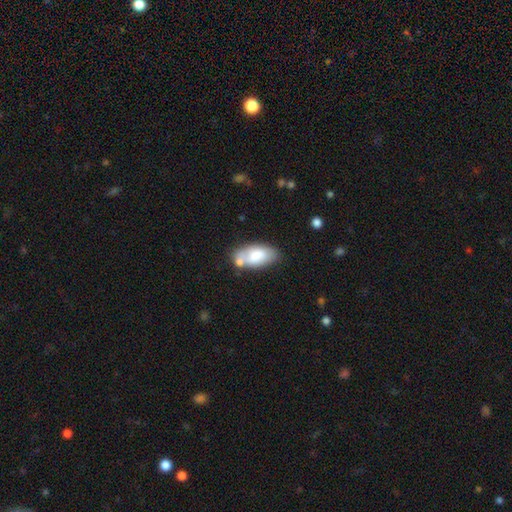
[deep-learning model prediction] Smooth or featured?
  - smooth: 73% *
  - featured or disk: 20%
  - star or artifact: 6%
How rounded?
  - in between: 93% *
  - cigar-shaped: 4%
  - round: 3%
Merging?
  - none: 54% *
  - merger: 20%
  - minor disturbance: 20%
  - major disturbance: 6%